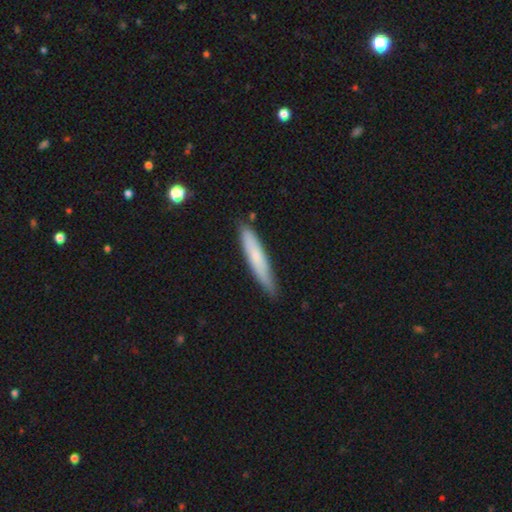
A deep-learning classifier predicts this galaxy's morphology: Smooth or featured? smooth (67%)
How rounded? cigar-shaped (91%)
Merging? none (80%)